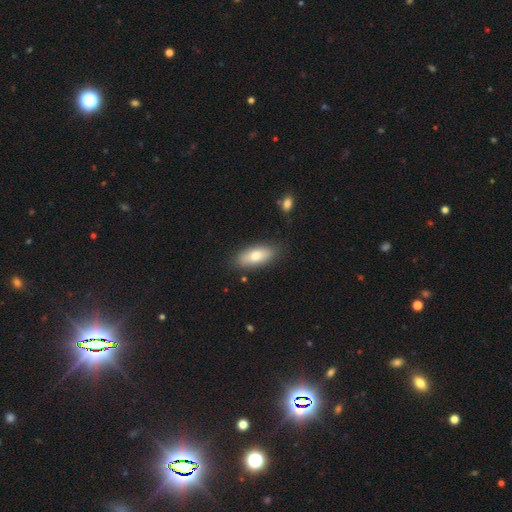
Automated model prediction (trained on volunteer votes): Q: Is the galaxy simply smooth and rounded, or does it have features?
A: smooth — 75%.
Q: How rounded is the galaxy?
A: in between — 77%.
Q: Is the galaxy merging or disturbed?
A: none — 84%.